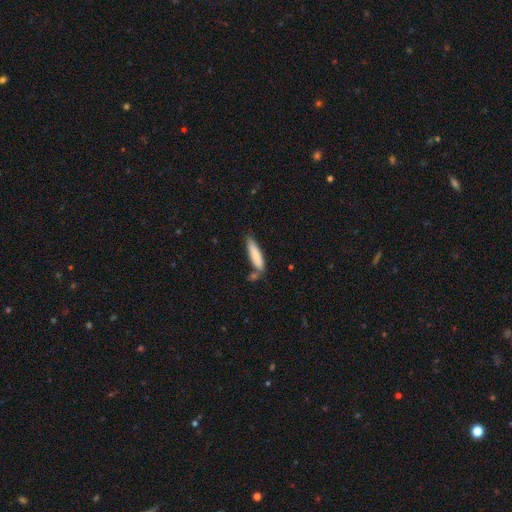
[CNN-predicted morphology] This is clearly a smooth galaxy (81%). How rounded: likely cigar-shaped (76%). Merging: likely none (62%).